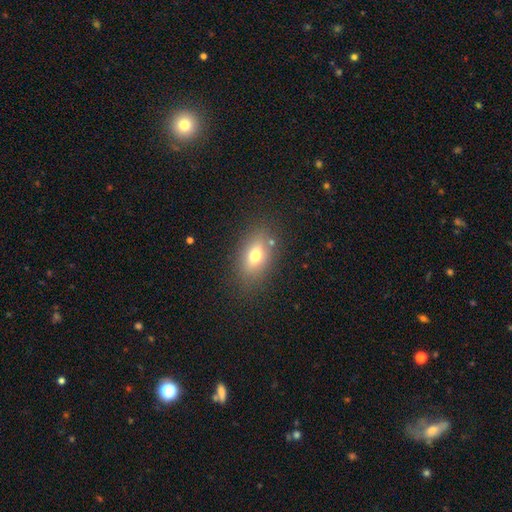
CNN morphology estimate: type=smooth (70%); roundness=in between (80%); merging=none (81%).